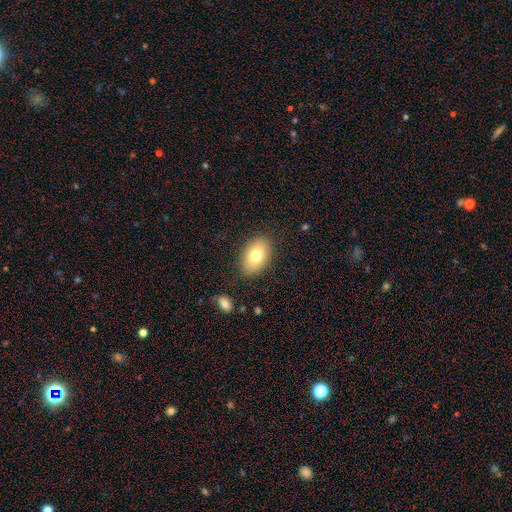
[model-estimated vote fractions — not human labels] Smooth or featured: smooth — 76% (featured or disk — 16%)
How rounded: in between — 88% (round — 11%)
Merging: none — 85% (minor disturbance — 11%)